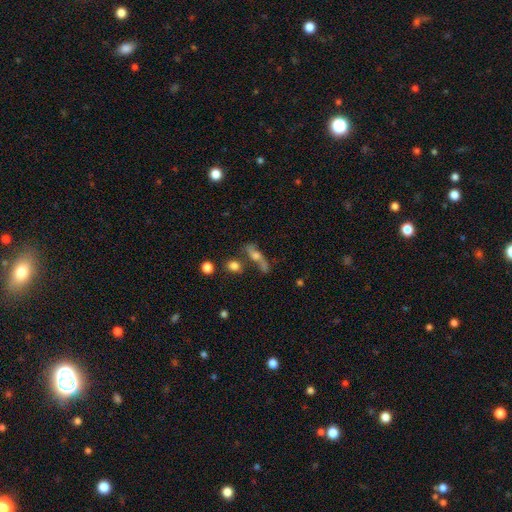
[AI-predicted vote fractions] Q: Smooth or featured?
A: featured or disk (52%); runner-up: smooth (35%)
Q: Edge-on disk?
A: no (53%); runner-up: yes (47%)
Q: Merging?
A: none (51%); runner-up: minor disturbance (18%)